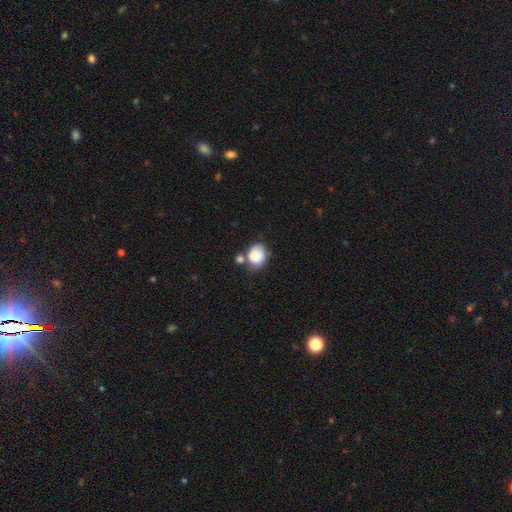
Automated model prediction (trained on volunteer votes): The model was most divided on "how rounded": round: 58%, in between: 41%, cigar-shaped: 1%. Remaining: smooth or featured — smooth (84%); merging — none (48%).